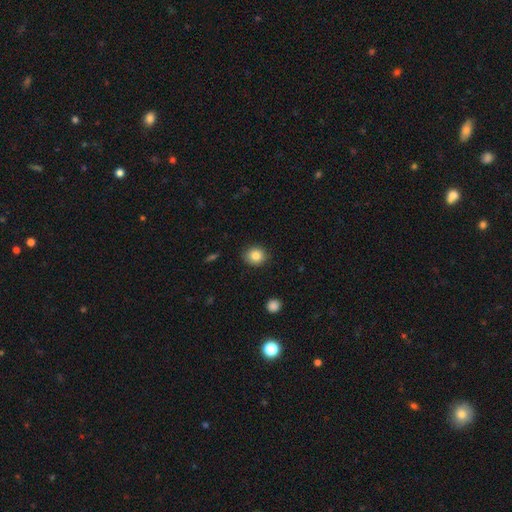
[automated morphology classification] Overall: smooth (84%). How rounded: round (73%). Merging: none (88%).